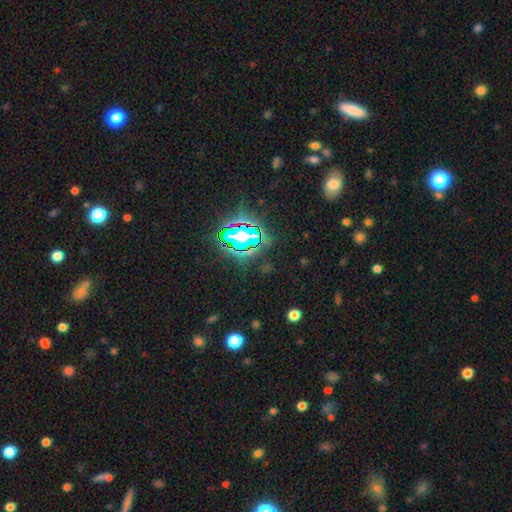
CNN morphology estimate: The model was most divided on "smooth or featured": star or artifact: 81%, smooth: 11%, featured or disk: 8%.